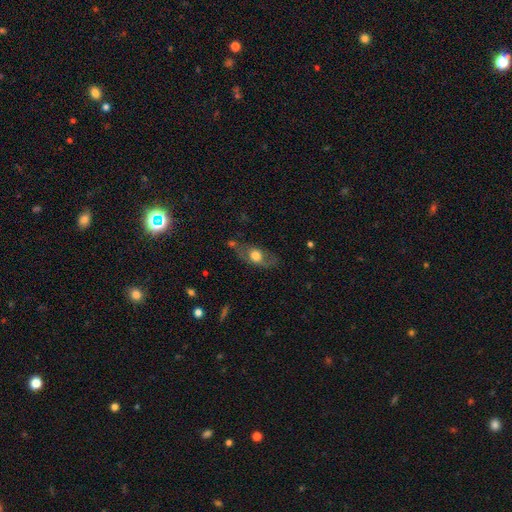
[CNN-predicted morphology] Smooth or featured: smooth — 53% (featured or disk — 39%)
How rounded: in between — 68% (round — 22%)
Merging: none — 60% (minor disturbance — 23%)